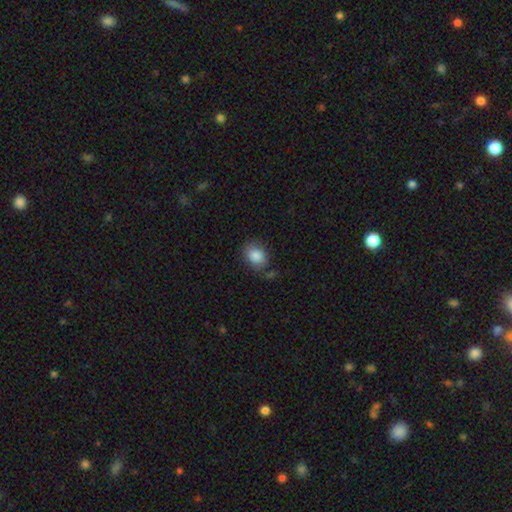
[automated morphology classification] smooth 86%, star or artifact 8%, featured or disk 7%. Down the decision tree: how rounded — in between (58%); merging — none (71%).